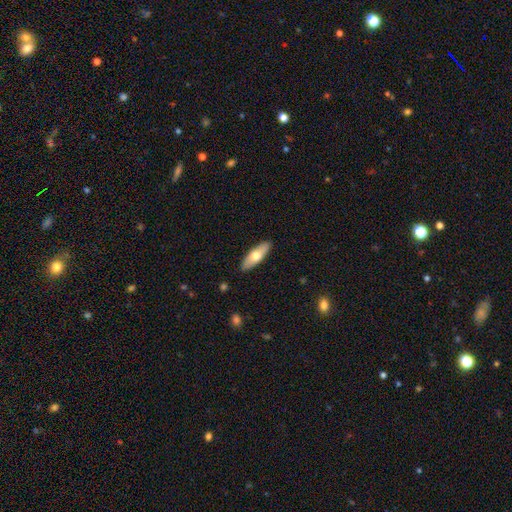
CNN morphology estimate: A smooth galaxy with no disk features (62%) that is in between round and cigar-shaped (58%).

Vote fractions:
- Smooth or featured? smooth: 62% / featured or disk: 32% / star or artifact: 5%
- How rounded? in between: 58% / cigar-shaped: 39% / round: 2%
- Merging? none: 89% / minor disturbance: 8% / major disturbance: 2% / merger: 1%